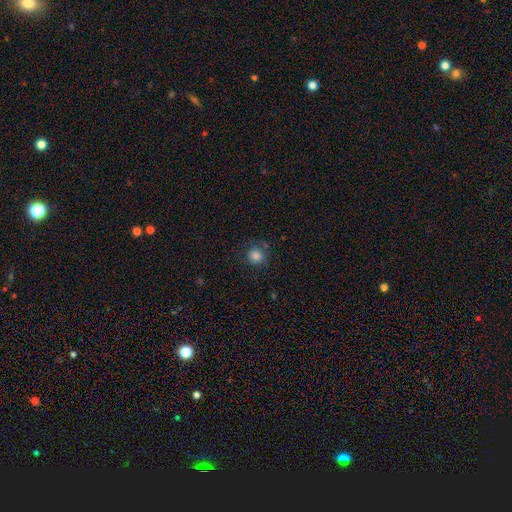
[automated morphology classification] This appears to be a smooth galaxy with no disk features (83%) that is round (92%). Merging: none (78%).